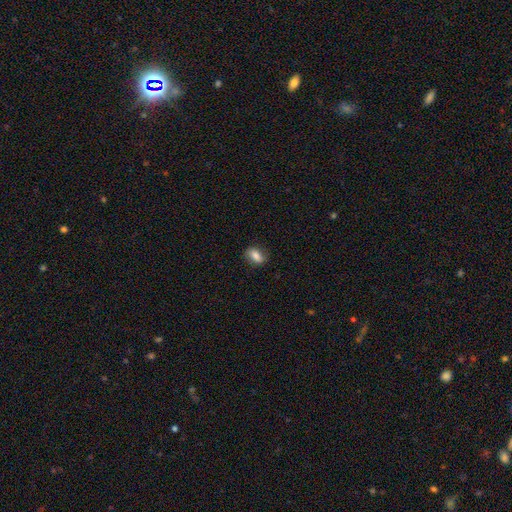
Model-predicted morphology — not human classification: This appears to be a smooth galaxy with no disk features (79%) that is in between round and cigar-shaped (82%). Merging: none (80%).